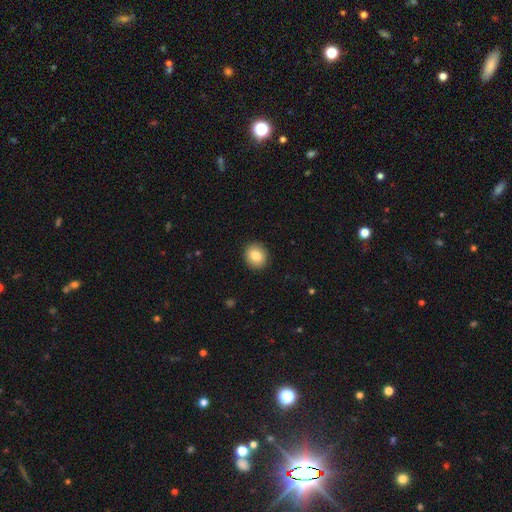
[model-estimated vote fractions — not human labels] Overall: smooth (83%). How rounded: round (80%). Merging: none (91%).